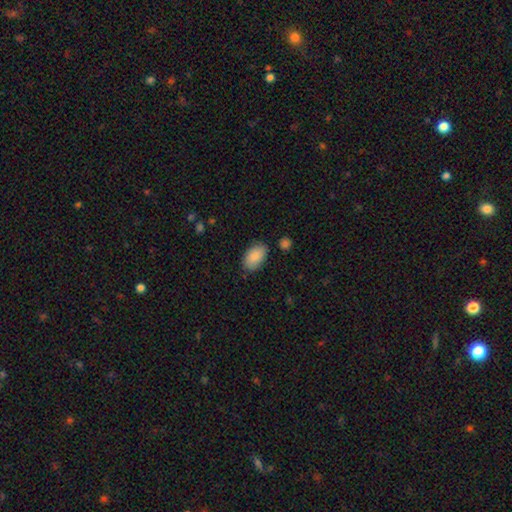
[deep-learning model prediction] smooth-or-featured: smooth: 89% | star or artifact: 6% | featured or disk: 5%
  how-rounded: in between: 93% | round: 6% | cigar-shaped: 1%
  merging: none: 81% | minor disturbance: 14% | major disturbance: 3% | merger: 2%